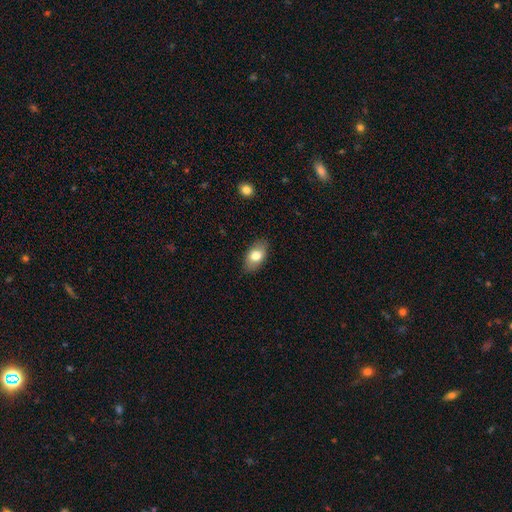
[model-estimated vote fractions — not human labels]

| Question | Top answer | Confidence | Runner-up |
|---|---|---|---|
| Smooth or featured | smooth | 76% | featured or disk (17%) |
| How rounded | in between | 90% | round (8%) |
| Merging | none | 85% | minor disturbance (12%) |